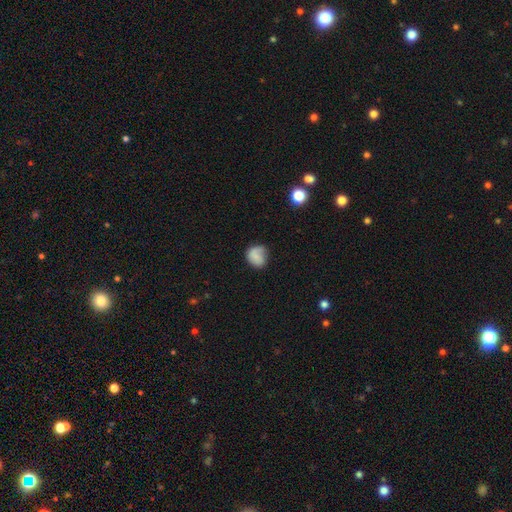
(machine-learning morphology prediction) smooth_or_featured: smooth (p=0.69) [alt: featured or disk p=0.22]
how_rounded: round (p=0.67) [alt: in between p=0.32]
merging: none (p=0.52) [alt: minor disturbance p=0.29]